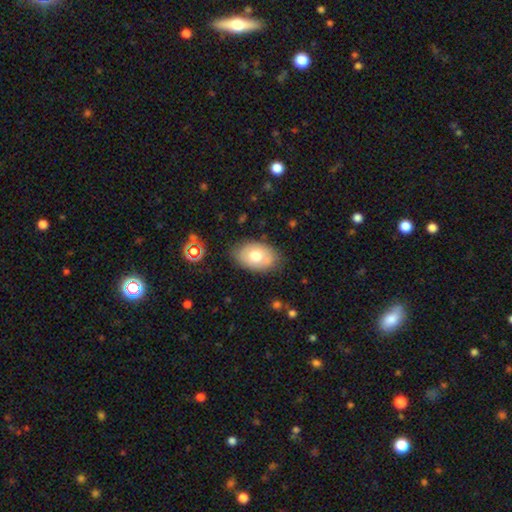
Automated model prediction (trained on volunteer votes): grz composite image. It shows a smooth galaxy with no disk features (67%) that is in between round and cigar-shaped (86%). Merging: none (76%).